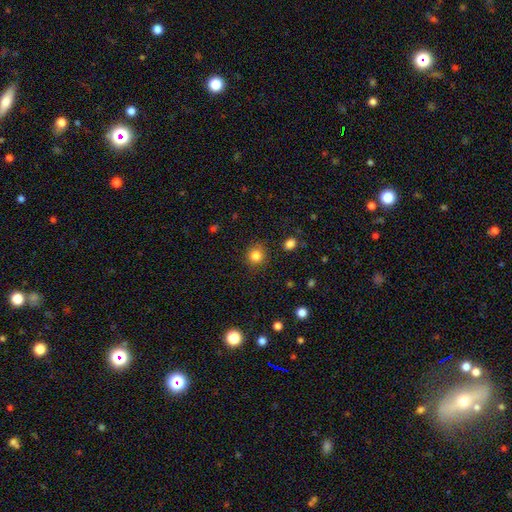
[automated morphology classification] A smooth galaxy with no disk features (83%) that is round (89%).

Vote fractions:
- Smooth or featured? smooth: 83% / star or artifact: 12% / featured or disk: 5%
- How rounded? round: 89% / in between: 10% / cigar-shaped: 1%
- Merging? none: 88% / minor disturbance: 8% / major disturbance: 3% / merger: 2%